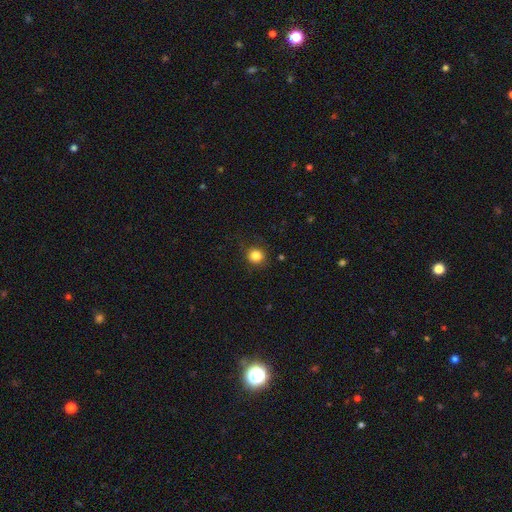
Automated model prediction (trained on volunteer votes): Smooth or featured: smooth — 83% (star or artifact — 12%)
How rounded: round — 90% (in between — 10%)
Merging: none — 87% (minor disturbance — 9%)